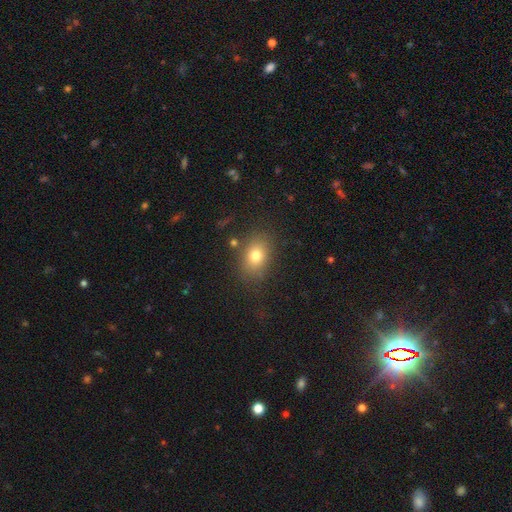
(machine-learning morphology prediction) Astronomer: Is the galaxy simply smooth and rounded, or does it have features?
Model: smooth — 78%.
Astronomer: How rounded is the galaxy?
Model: in between — 67%.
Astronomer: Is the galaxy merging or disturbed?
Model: none — 80%.